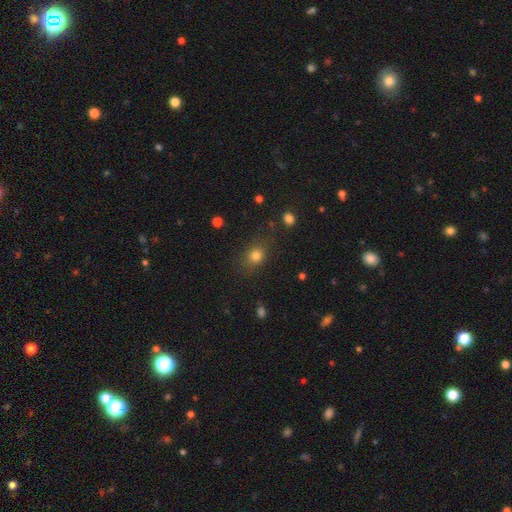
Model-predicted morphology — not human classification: Smooth or featured?
  - smooth: 79% *
  - star or artifact: 14%
  - featured or disk: 7%
How rounded?
  - round: 60% *
  - in between: 38%
  - cigar-shaped: 1%
Merging?
  - none: 79% *
  - minor disturbance: 13%
  - major disturbance: 5%
  - merger: 2%